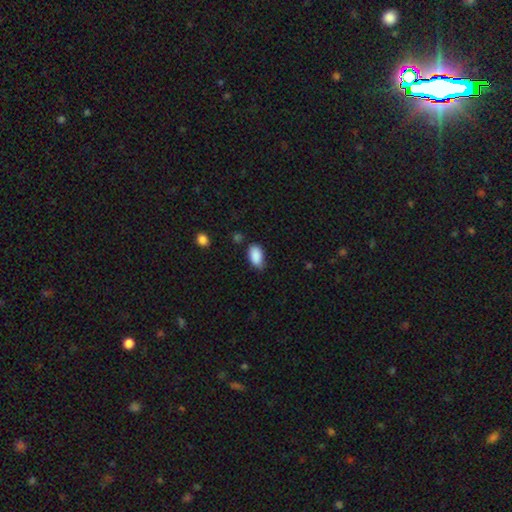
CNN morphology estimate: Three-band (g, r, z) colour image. It shows a smooth galaxy with no disk features (89%) that is in between round and cigar-shaped (93%). Merging: none (66%).